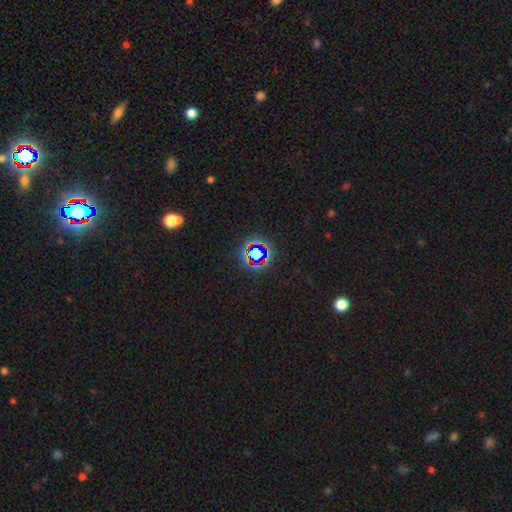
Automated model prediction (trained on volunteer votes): This is likely a star or artifact rather than a galaxy (71%).